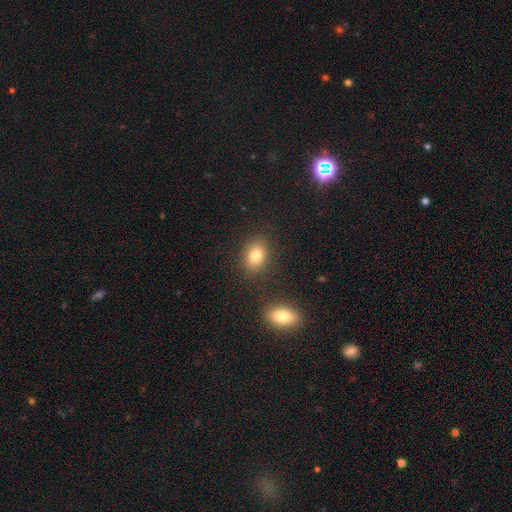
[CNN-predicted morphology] The model was most divided on "how rounded": in between: 63%, round: 36%, cigar-shaped: 1%. More confident: merging — none (83%); smooth or featured — smooth (80%).